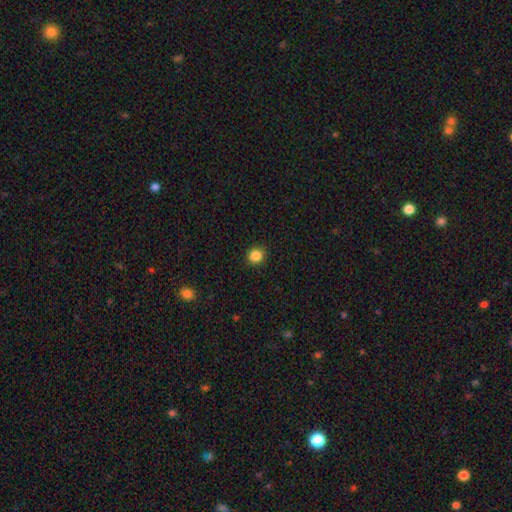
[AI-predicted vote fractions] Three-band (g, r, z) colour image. It shows a smooth galaxy with no disk features (86%) that is round (85%). Merging: none (91%).